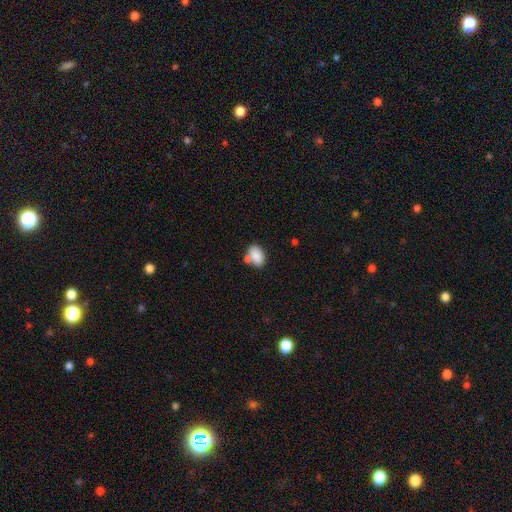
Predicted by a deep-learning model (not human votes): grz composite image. It shows a smooth galaxy with no disk features (86%) that is in between round and cigar-shaped (87%). Merging: none (59%).